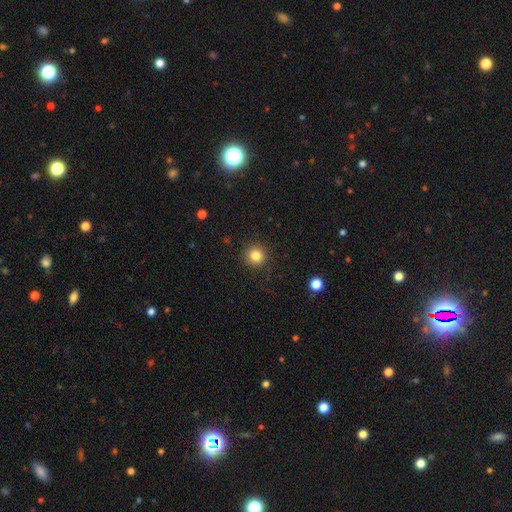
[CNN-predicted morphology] A smooth galaxy with no disk features (83%) that is round (94%).

Vote fractions:
- Smooth or featured? smooth: 83% / star or artifact: 12% / featured or disk: 6%
- How rounded? round: 94% / in between: 5% / cigar-shaped: 1%
- Merging? none: 90% / minor disturbance: 6% / major disturbance: 2% / merger: 1%